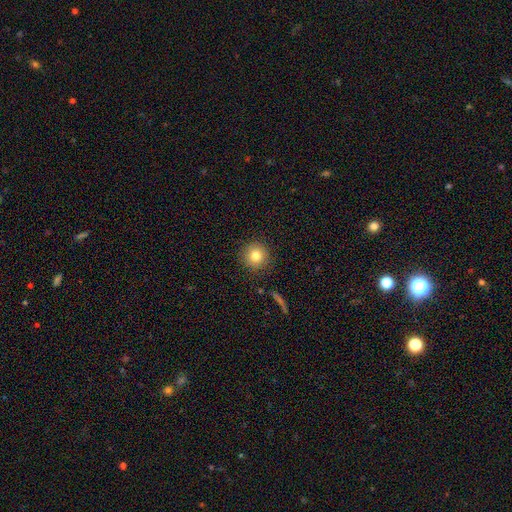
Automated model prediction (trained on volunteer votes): Q: Smooth or featured?
A: smooth (81%); runner-up: star or artifact (11%)
Q: How rounded?
A: round (94%); runner-up: in between (5%)
Q: Merging?
A: none (90%); runner-up: minor disturbance (7%)